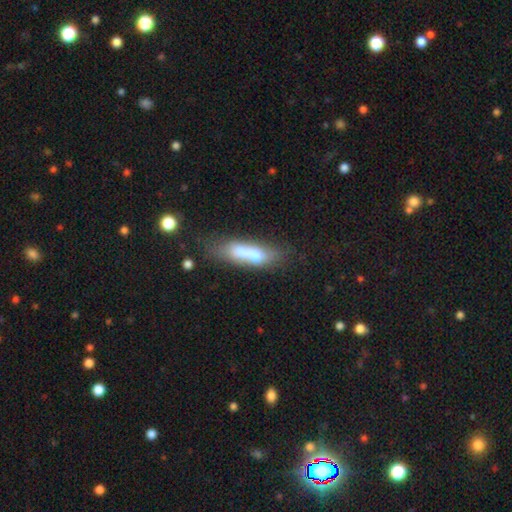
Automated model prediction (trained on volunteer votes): Q: Smooth or featured?
A: smooth (56%); runner-up: featured or disk (34%)
Q: How rounded?
A: cigar-shaped (54%); runner-up: in between (42%)
Q: Merging?
A: merger (38%); runner-up: none (33%)